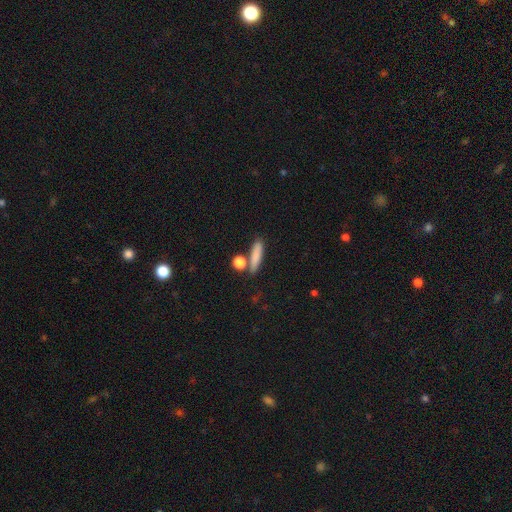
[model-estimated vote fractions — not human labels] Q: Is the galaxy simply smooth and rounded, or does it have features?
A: smooth — 81%.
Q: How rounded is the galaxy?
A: cigar-shaped — 66%.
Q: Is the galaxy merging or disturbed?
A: none — 72%.